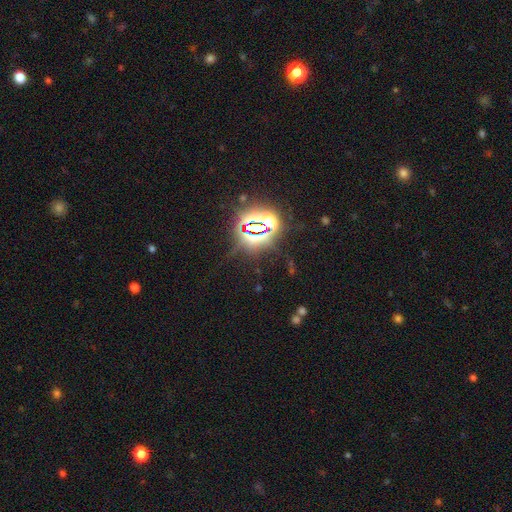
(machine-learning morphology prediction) smooth_or_featured: star or artifact (p=0.82) [alt: smooth p=0.11]